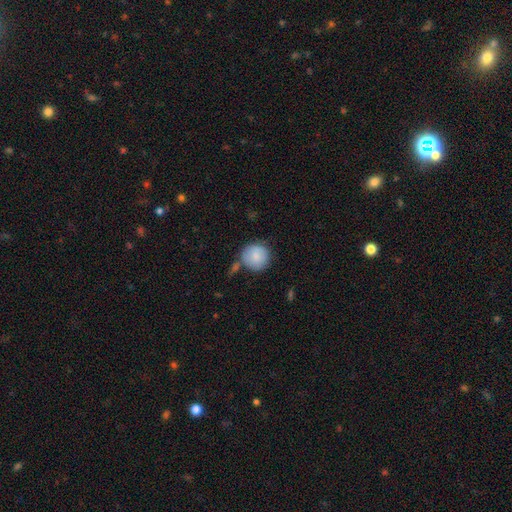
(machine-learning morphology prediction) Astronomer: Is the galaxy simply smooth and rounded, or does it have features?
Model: smooth — 85%.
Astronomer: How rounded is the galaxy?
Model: round — 93%.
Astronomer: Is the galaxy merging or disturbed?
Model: none — 67%.